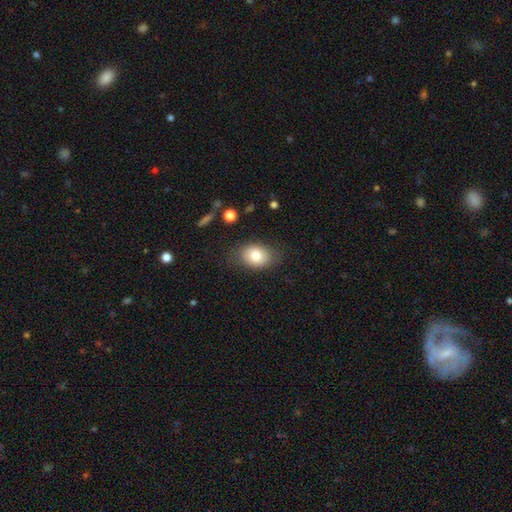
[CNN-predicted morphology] A smooth galaxy with no disk features (78%) that is in between round and cigar-shaped (69%). Merging: none (77%).